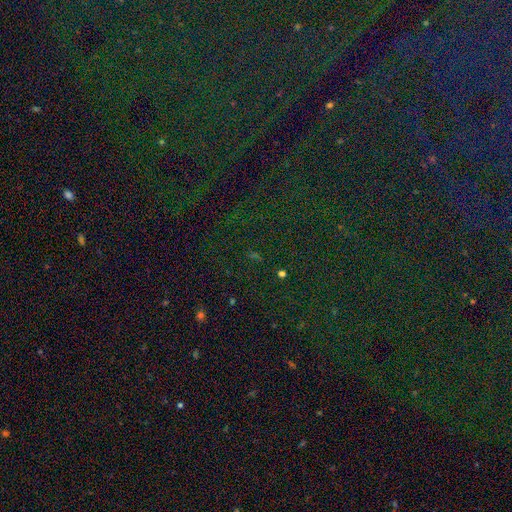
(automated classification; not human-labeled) Q: Smooth or featured?
A: star or artifact (84%); runner-up: smooth (9%)